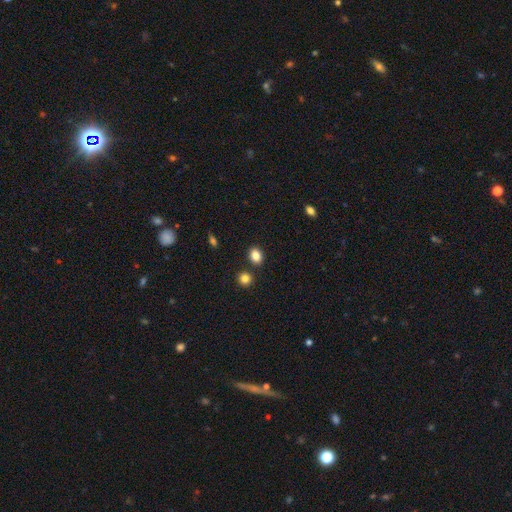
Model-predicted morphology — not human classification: Smooth or featured? smooth (85%)
How rounded? in between (60%)
Merging? none (82%)